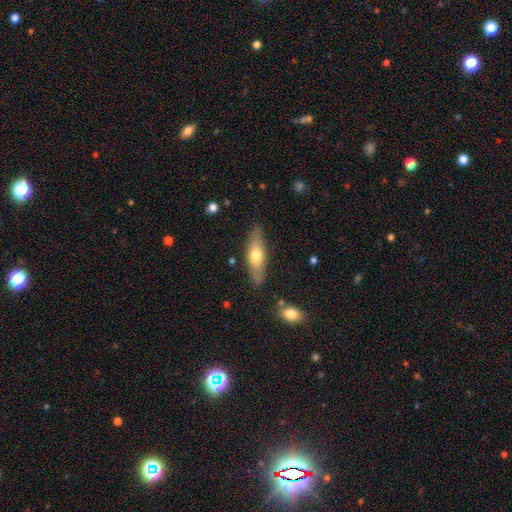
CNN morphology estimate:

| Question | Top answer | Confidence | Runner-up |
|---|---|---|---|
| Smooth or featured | smooth | 56% | featured or disk (38%) |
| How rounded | cigar-shaped | 53% | in between (44%) |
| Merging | none | 83% | minor disturbance (12%) |